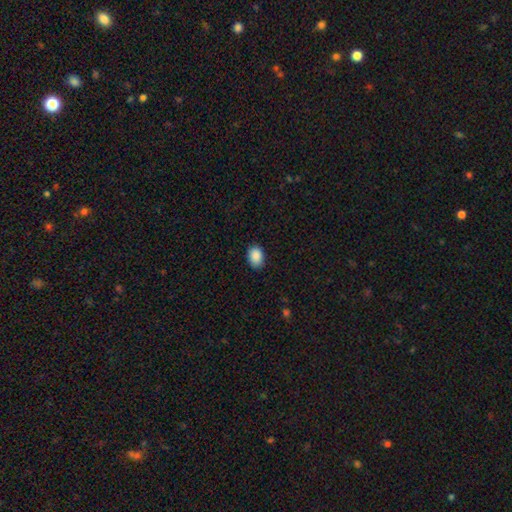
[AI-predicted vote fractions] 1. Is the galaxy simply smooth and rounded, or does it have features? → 89% smooth, 8% star or artifact, 3% featured or disk.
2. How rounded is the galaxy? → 80% in between, 19% round, 1% cigar-shaped.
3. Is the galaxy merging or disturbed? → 86% none, 11% minor disturbance, 2% major disturbance, 1% merger.